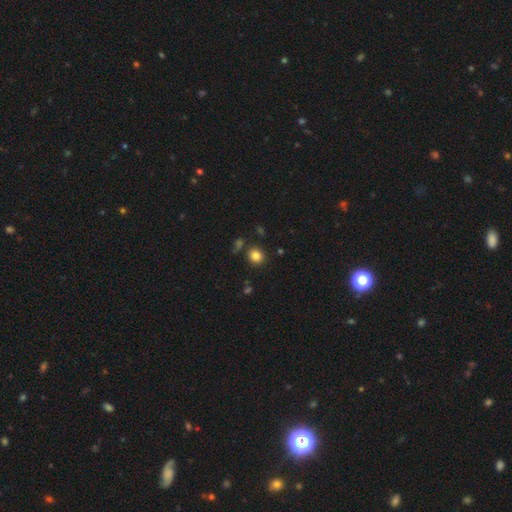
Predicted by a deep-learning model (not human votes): This appears to be a smooth galaxy with no disk features (83%) that is round (85%). Merging: none (85%).